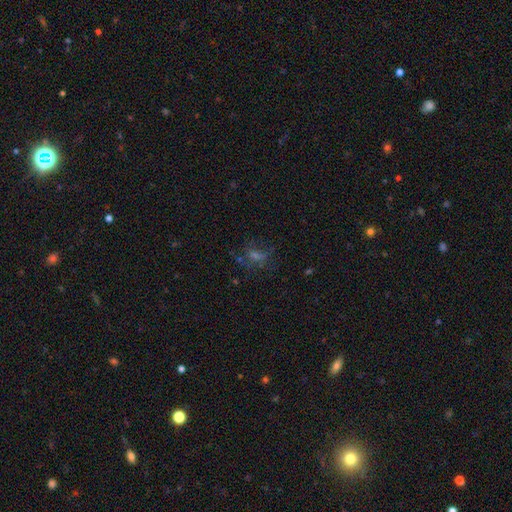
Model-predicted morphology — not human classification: smooth-or-featured: star or artifact: 37% | featured or disk: 33% | smooth: 30%